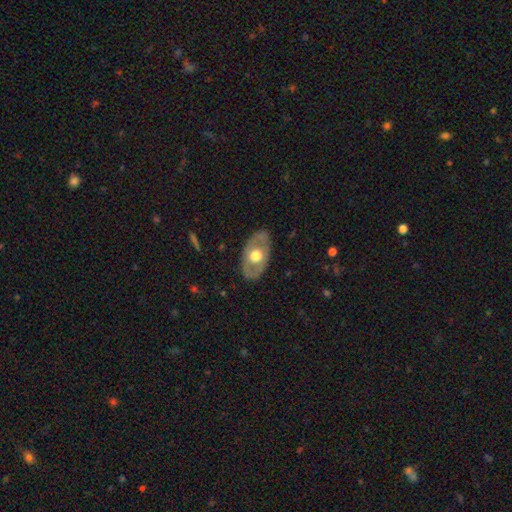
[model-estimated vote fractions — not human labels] Morphology: type=featured or disk (54%); edge-on=no (84%); merging=none (81%).